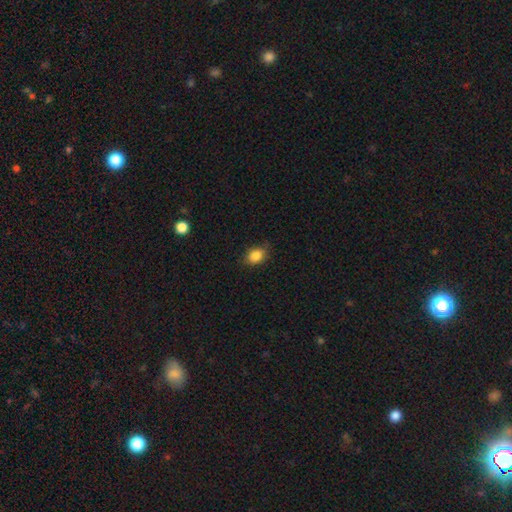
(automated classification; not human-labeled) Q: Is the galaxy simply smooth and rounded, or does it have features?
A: smooth — 86%.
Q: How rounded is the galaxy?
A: in between — 68%.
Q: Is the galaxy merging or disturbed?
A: none — 77%.